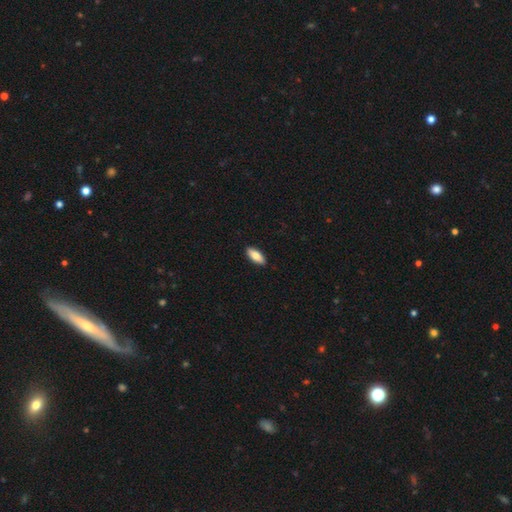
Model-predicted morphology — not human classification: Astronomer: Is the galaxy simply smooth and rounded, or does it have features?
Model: smooth — 80%.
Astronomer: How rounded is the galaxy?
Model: in between — 80%.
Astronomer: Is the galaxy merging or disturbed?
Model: none — 90%.